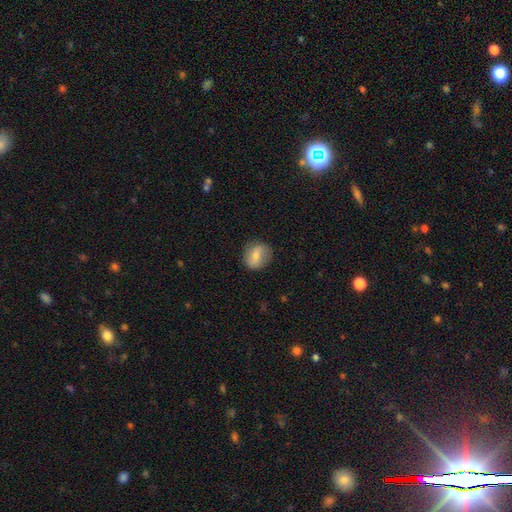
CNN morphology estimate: This is likely a smooth galaxy (64%). How rounded: likely round (71%). Merging: clearly none (81%).